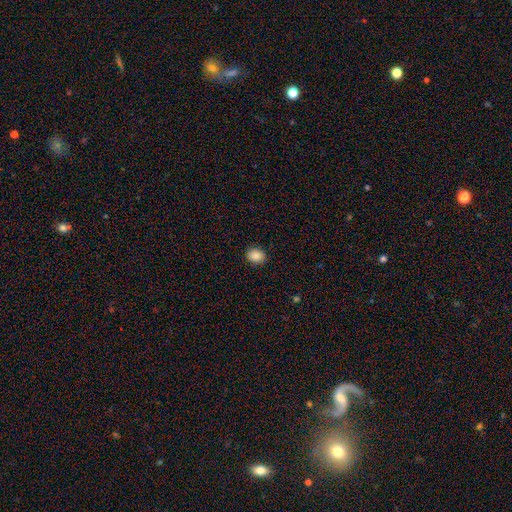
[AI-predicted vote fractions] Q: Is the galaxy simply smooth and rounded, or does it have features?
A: smooth — 88%.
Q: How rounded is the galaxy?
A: round — 53%.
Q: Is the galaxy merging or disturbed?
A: none — 89%.